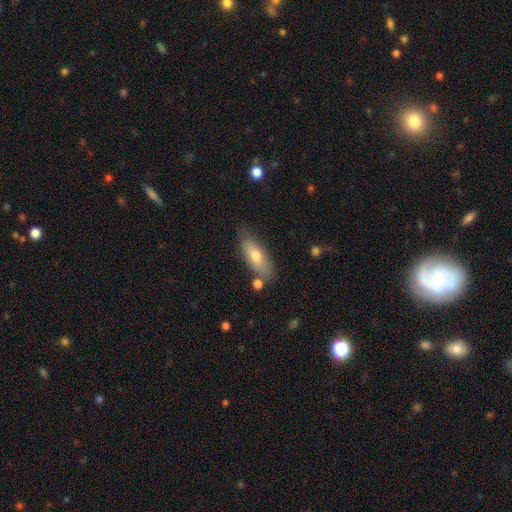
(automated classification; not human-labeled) A smooth galaxy with no disk features (68%) that is in between round and cigar-shaped (71%). Merging: none (71%).